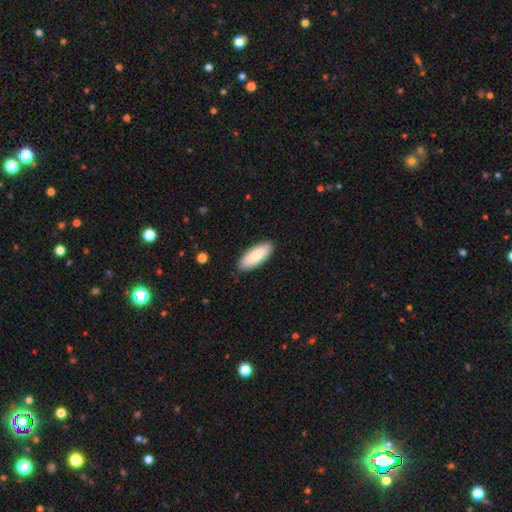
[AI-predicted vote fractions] Smooth or featured? smooth (84%)
How rounded? in between (79%)
Merging? none (88%)